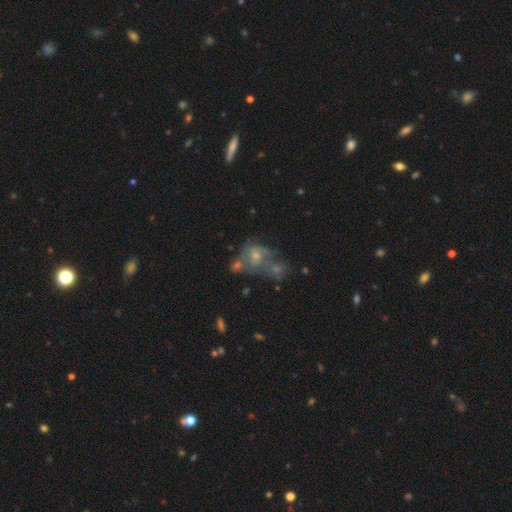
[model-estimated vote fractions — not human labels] smooth_or_featured: featured or disk (p=0.48) [alt: smooth p=0.29]
merging: merger (p=0.44) [alt: none p=0.29]